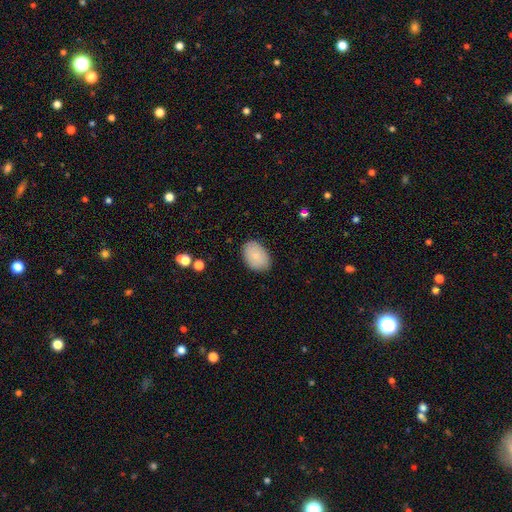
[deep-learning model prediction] A smooth galaxy with no disk features (83%) that is in between round and cigar-shaped (86%).

Vote fractions:
- Smooth or featured? smooth: 83% / featured or disk: 10% / star or artifact: 7%
- How rounded? in between: 86% / round: 13% / cigar-shaped: 1%
- Merging? none: 85% / minor disturbance: 11% / major disturbance: 2% / merger: 1%